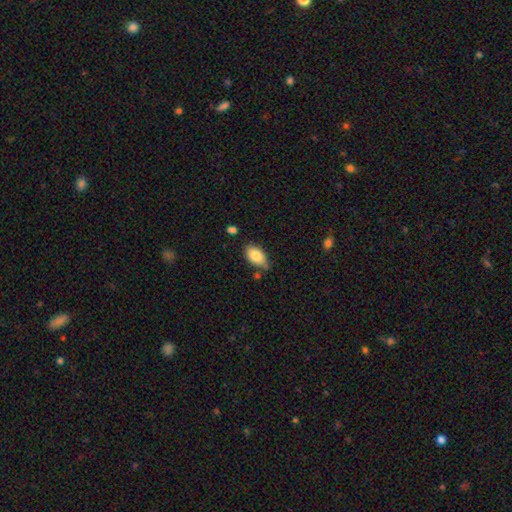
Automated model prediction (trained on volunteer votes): Morphology: type=smooth (84%); roundness=in between (92%); merging=none (65%).